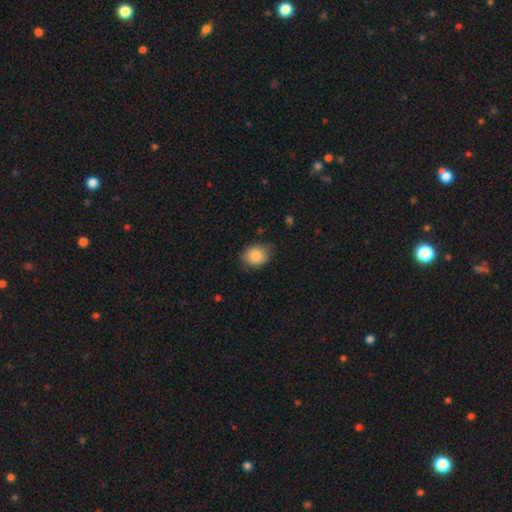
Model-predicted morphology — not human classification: Smooth or featured?
  - smooth: 83% *
  - featured or disk: 8%
  - star or artifact: 8%
How rounded?
  - round: 60% *
  - in between: 39%
  - cigar-shaped: 1%
Merging?
  - none: 79% *
  - minor disturbance: 17%
  - major disturbance: 3%
  - merger: 1%